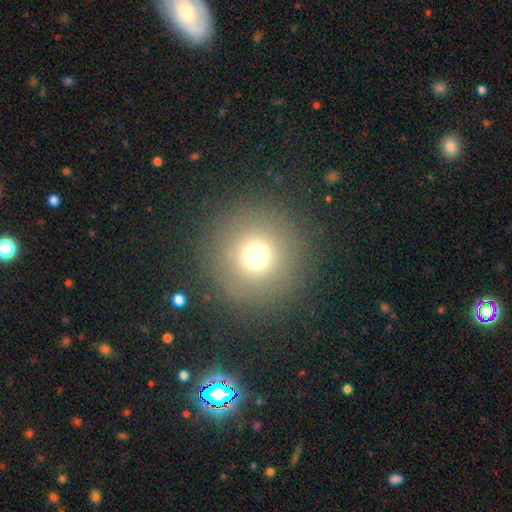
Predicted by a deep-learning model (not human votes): A smooth galaxy with no disk features (69%) that is round (96%). Merging: none (88%).